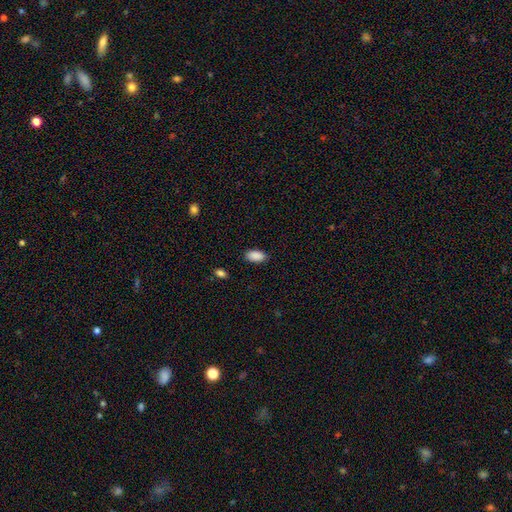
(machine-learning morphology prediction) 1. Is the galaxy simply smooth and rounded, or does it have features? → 90% smooth, 7% star or artifact, 3% featured or disk.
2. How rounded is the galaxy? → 93% in between, 4% round, 3% cigar-shaped.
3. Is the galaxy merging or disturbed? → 87% none, 9% minor disturbance, 2% major disturbance, 1% merger.